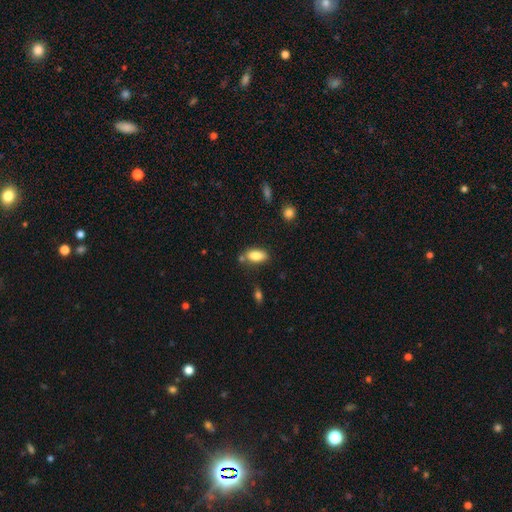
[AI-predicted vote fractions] Morphology: type=smooth (84%); roundness=in between (87%); merging=none (71%).